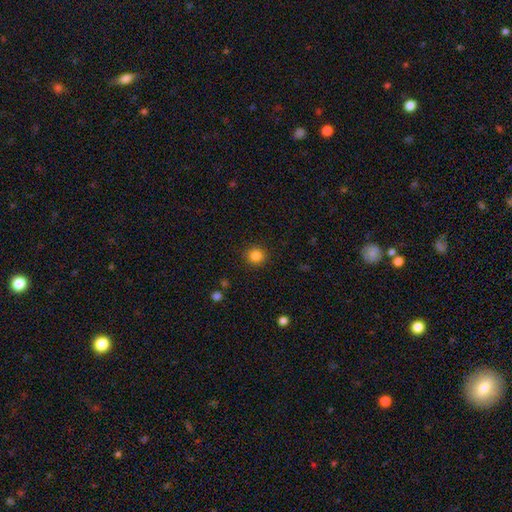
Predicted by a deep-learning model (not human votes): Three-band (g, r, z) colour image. It shows a smooth galaxy with no disk features (84%) that is round (90%). Merging: none (90%).